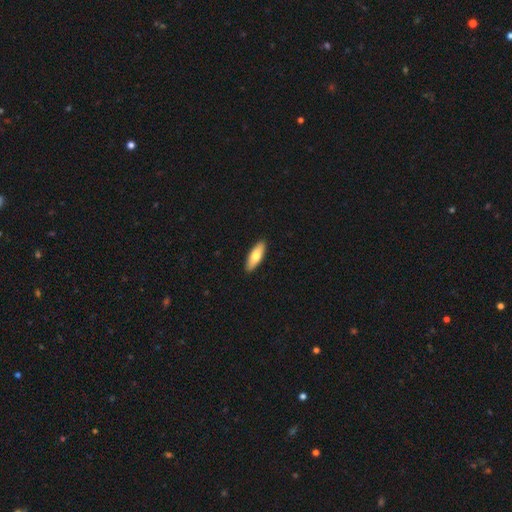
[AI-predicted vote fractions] This appears to be a smooth galaxy with no disk features (73%) that is in between round and cigar-shaped (58%). Merging: none (91%).